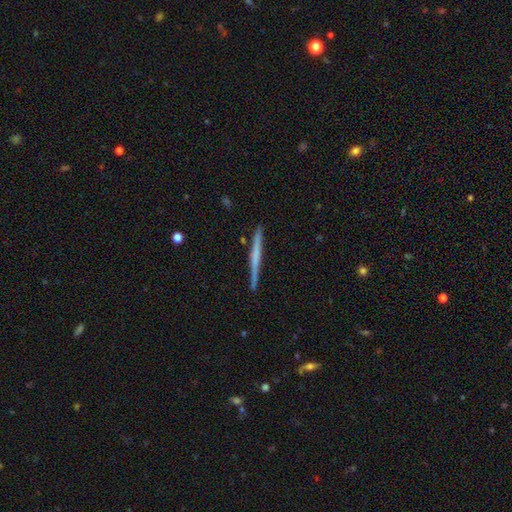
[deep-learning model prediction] featured or disk 57%, smooth 38%, star or artifact 5%. Down the decision tree: edge-on disk — yes (98%); edge-on bulge — none (73%); merging — none (91%).